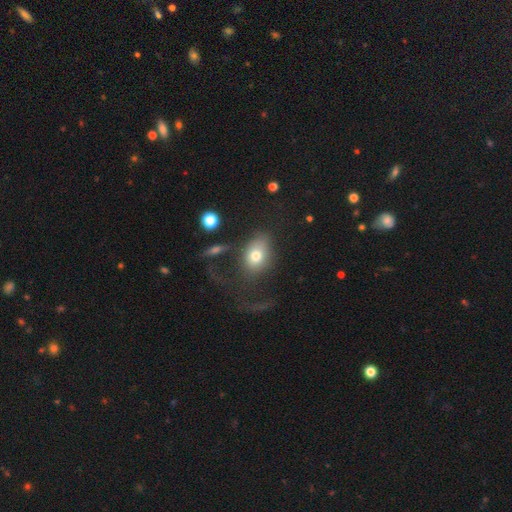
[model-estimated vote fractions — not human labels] smooth_or_featured: smooth (p=0.71) [alt: featured or disk p=0.19]
how_rounded: in between (p=0.71) [alt: round p=0.28]
merging: major disturbance (p=0.43) [alt: none p=0.36]